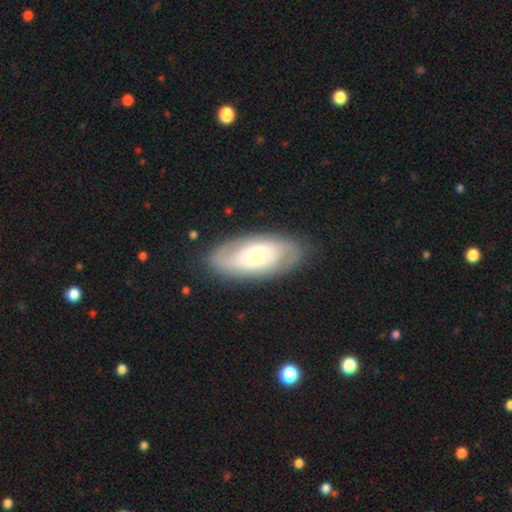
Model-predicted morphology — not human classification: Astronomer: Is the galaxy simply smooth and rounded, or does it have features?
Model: featured or disk — 65%.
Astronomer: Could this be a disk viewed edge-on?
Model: no — 92%.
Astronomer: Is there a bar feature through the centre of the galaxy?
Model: no — 53% (runner-up: weak, 36%).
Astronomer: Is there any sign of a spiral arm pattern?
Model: yes — 81%.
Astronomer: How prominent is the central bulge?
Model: moderate — 56% (runner-up: small, 33%).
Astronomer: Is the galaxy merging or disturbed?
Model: none — 83%.